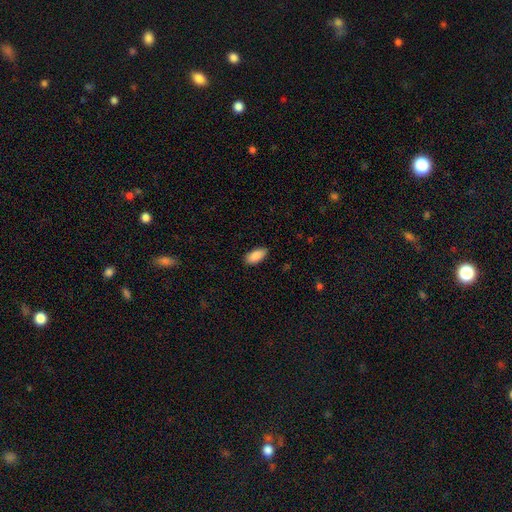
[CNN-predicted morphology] Q: Smooth or featured?
A: smooth (90%); runner-up: star or artifact (6%)
Q: How rounded?
A: in between (90%); runner-up: cigar-shaped (8%)
Q: Merging?
A: none (87%); runner-up: minor disturbance (10%)